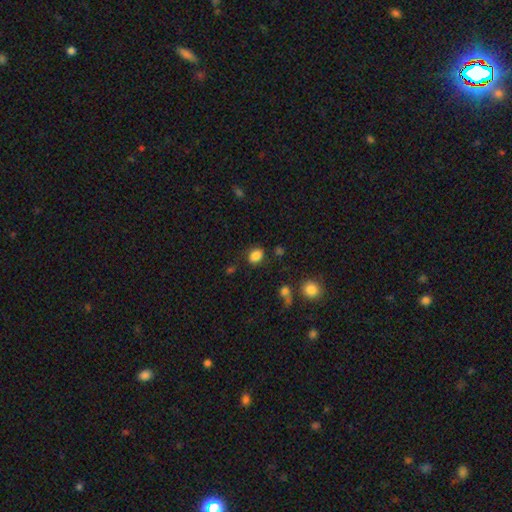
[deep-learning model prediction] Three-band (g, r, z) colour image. It shows a smooth galaxy with no disk features (85%) that is in between round and cigar-shaped (66%). Merging: none (77%).